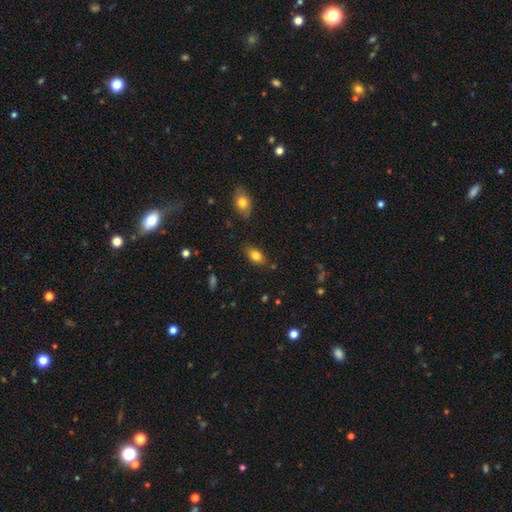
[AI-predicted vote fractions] smooth-or-featured: smooth: 82% | featured or disk: 9% | star or artifact: 9%
  how-rounded: in between: 89% | round: 8% | cigar-shaped: 3%
  merging: none: 81% | minor disturbance: 13% | major disturbance: 3% | merger: 3%